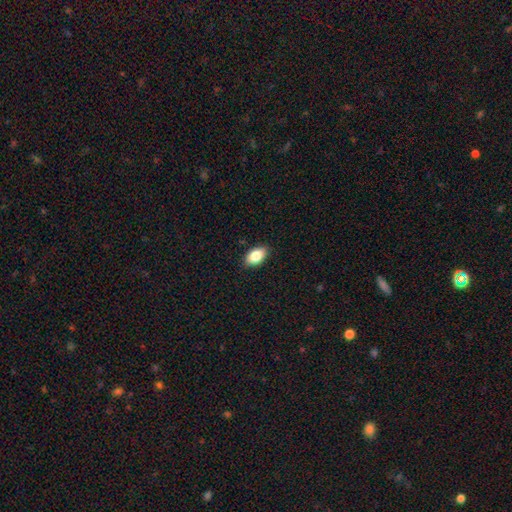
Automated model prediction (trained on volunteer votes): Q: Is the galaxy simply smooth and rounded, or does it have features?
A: smooth — 84%.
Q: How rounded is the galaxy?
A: in between — 91%.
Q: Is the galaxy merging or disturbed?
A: none — 87%.